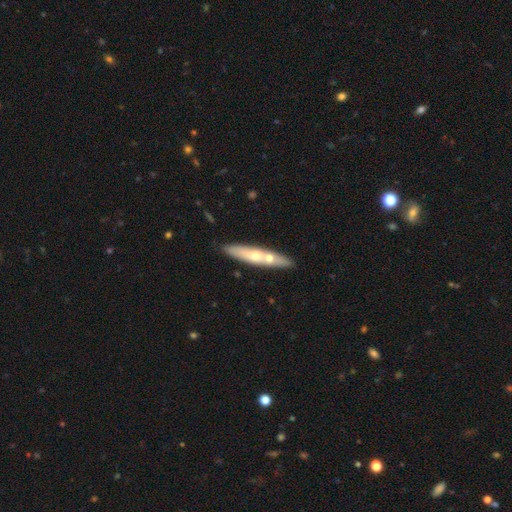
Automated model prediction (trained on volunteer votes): smooth_or_featured: smooth (p=0.50) [alt: featured or disk p=0.44]
merging: none (p=0.71) [alt: merger p=0.16]